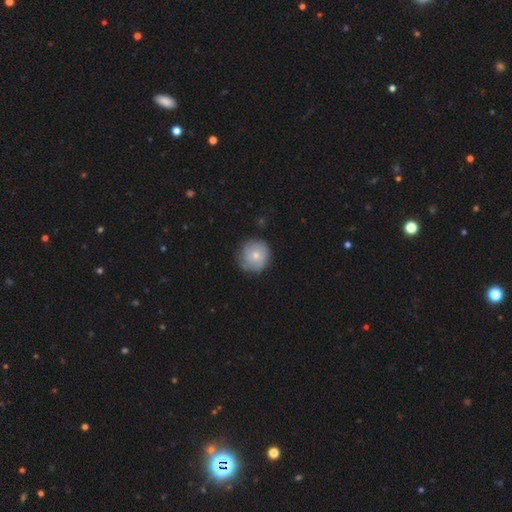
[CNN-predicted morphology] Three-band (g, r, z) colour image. It shows a smooth galaxy with no disk features (66%) that is round (93%). Merging: none (76%).